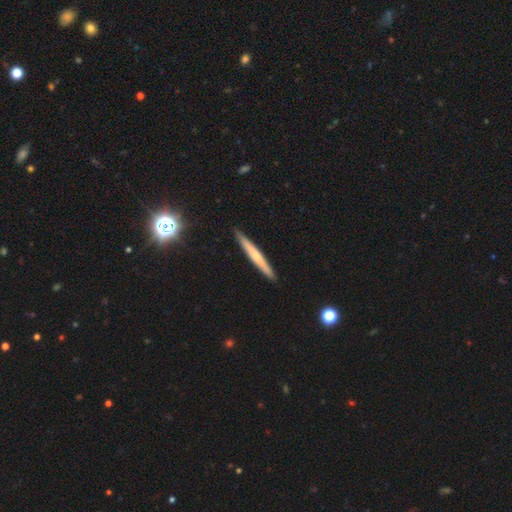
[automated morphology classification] Smooth or featured? featured or disk (48%)
Merging? none (91%)